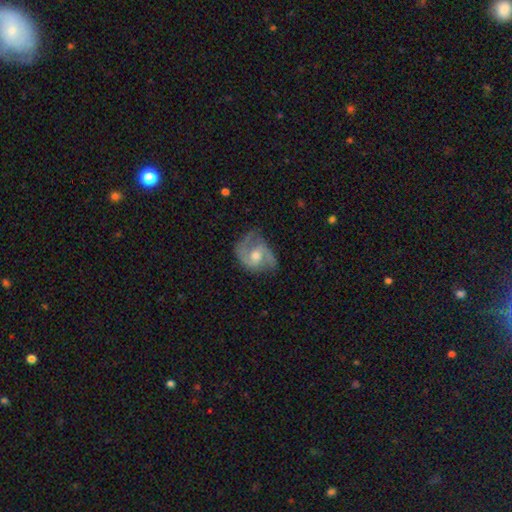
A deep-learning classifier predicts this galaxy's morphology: Smooth or featured: featured or disk — 82% (smooth — 12%)
Edge-on disk: no — 97% (yes — 3%)
Bar: no — 54% (weak — 38%)
Spiral arms: yes — 95% (no — 5%)
Spiral winding: medium — 52% (loose — 26%)
Spiral arm count: 2 — 77% (3 — 9%)
Bulge size: moderate — 66% (small — 26%)
Merging: none — 63% (minor disturbance — 24%)